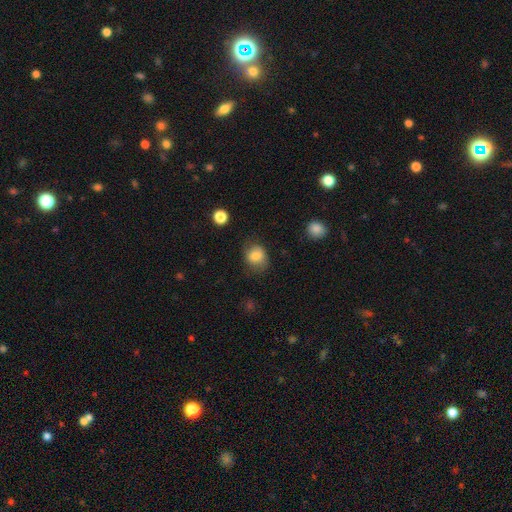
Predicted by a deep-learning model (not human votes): Smooth or featured? smooth (81%)
How rounded? round (63%)
Merging? none (67%)